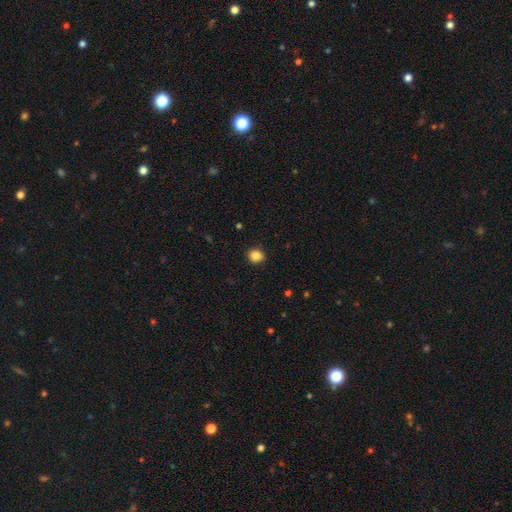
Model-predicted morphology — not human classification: type=smooth (86%); roundness=round (75%); merging=none (90%).